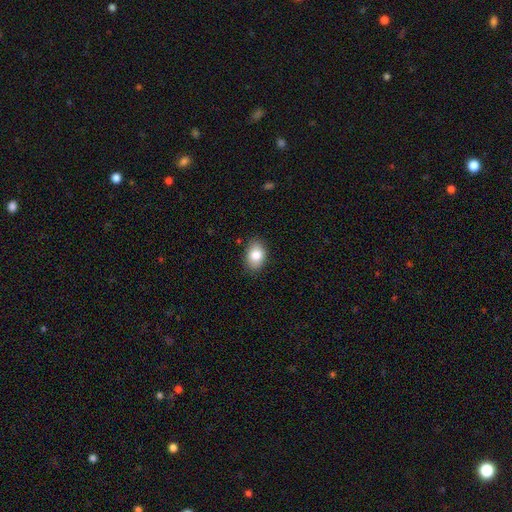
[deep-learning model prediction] Overall: smooth (84%). How rounded: in between (79%). Merging: none (85%).